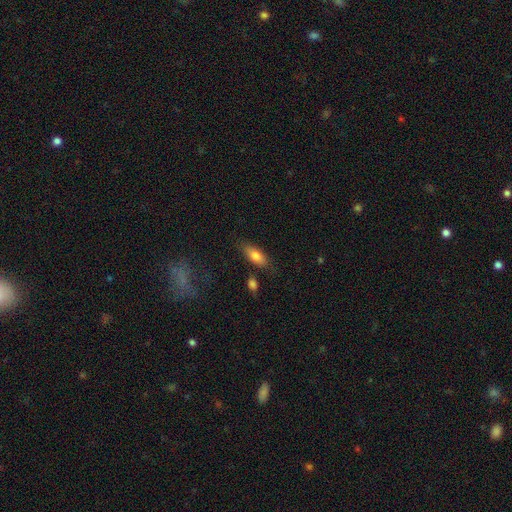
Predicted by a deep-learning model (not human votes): smooth-or-featured: smooth: 76% | featured or disk: 17% | star or artifact: 7%
  how-rounded: in between: 75% | cigar-shaped: 22% | round: 3%
  merging: none: 77% | minor disturbance: 14% | merger: 5% | major disturbance: 4%